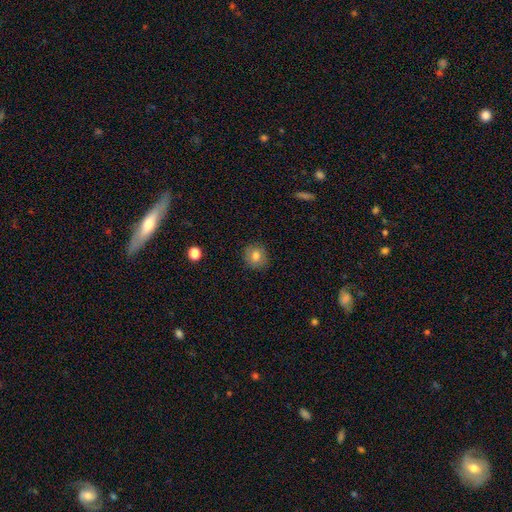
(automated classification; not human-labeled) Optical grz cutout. It shows a smooth galaxy with no disk features (77%) that is round (82%). Merging: none (87%).